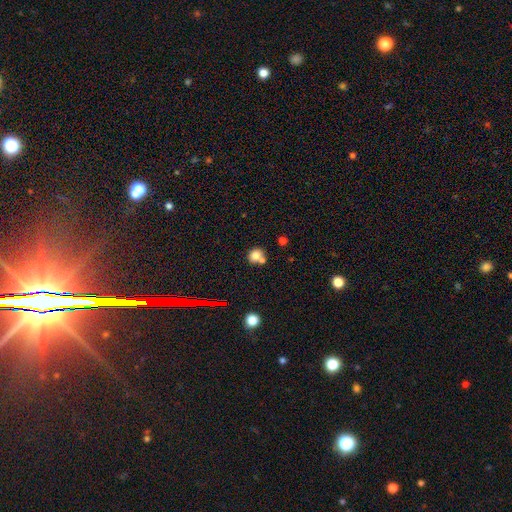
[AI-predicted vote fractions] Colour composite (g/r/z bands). It shows a smooth galaxy with no disk features (77%) that is round (82%). Merging: none (53%).